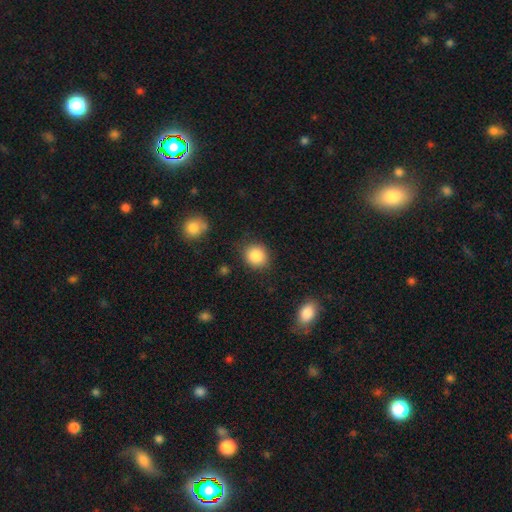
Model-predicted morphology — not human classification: This is clearly a smooth galaxy (87%). How rounded: clearly round (81%). Merging: clearly none (84%).